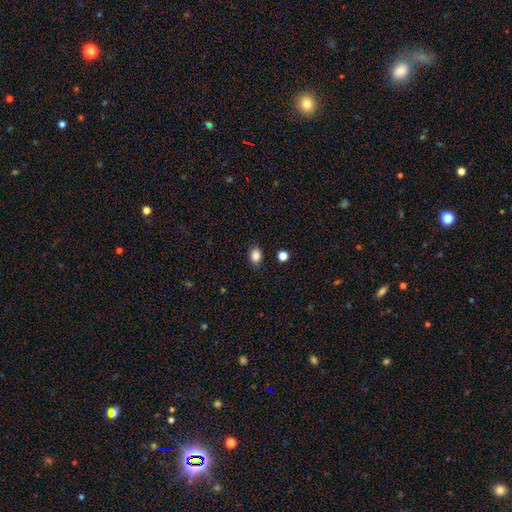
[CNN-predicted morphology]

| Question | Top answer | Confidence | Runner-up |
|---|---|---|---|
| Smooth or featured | smooth | 85% | star or artifact (11%) |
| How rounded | in between | 54% | round (45%) |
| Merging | none | 84% | minor disturbance (11%) |